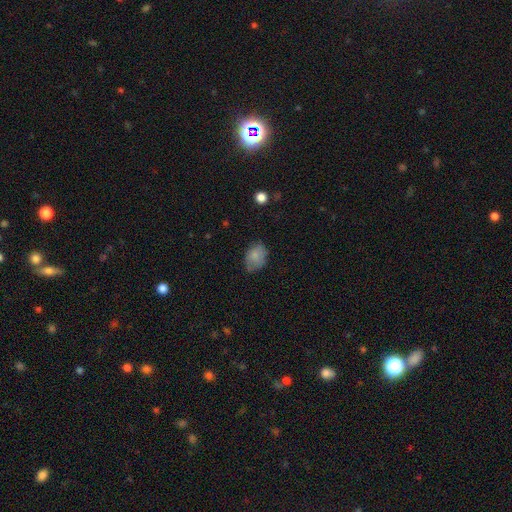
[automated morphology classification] This is clearly a smooth galaxy (81%). How rounded: likely in between (73%). Merging: likely none (64%).